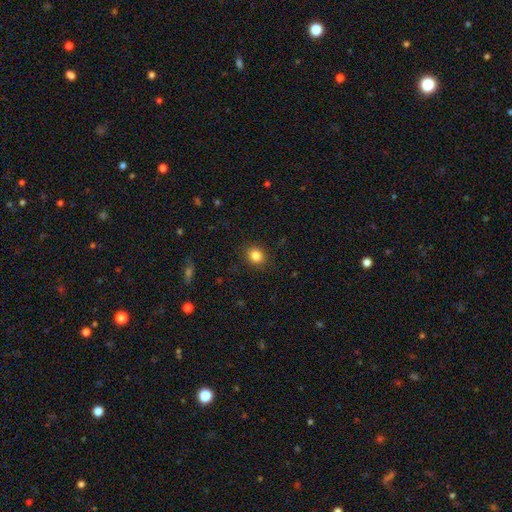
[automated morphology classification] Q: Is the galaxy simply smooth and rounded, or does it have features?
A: smooth — 84%.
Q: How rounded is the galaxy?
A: round — 73%.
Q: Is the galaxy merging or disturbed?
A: none — 88%.